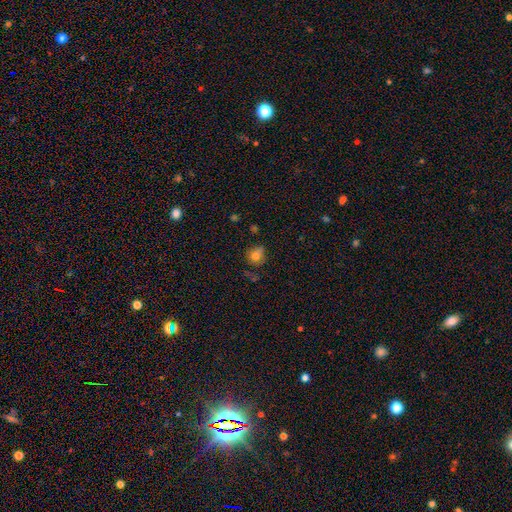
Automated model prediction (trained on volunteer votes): Smooth or featured? Predicted: smooth (p=0.74). How rounded? Predicted: round (p=0.68). Merging? Predicted: none (p=0.55).